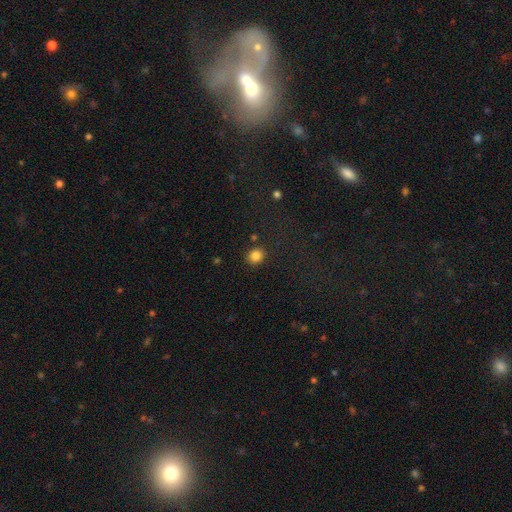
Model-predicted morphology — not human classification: Smooth or featured? smooth (84%)
How rounded? round (82%)
Merging? none (87%)